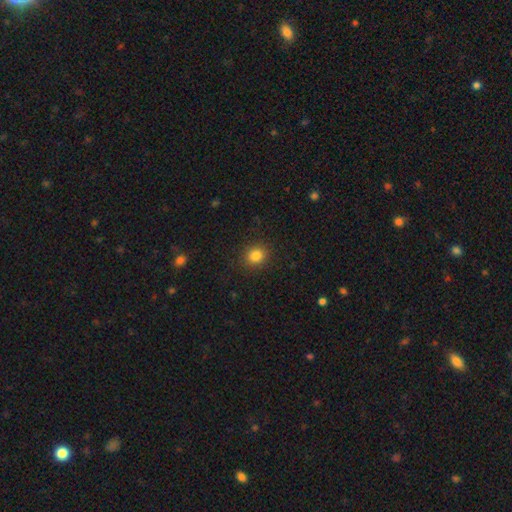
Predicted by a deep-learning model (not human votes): A smooth galaxy with no disk features (84%) that is round (80%). Merging: none (90%).